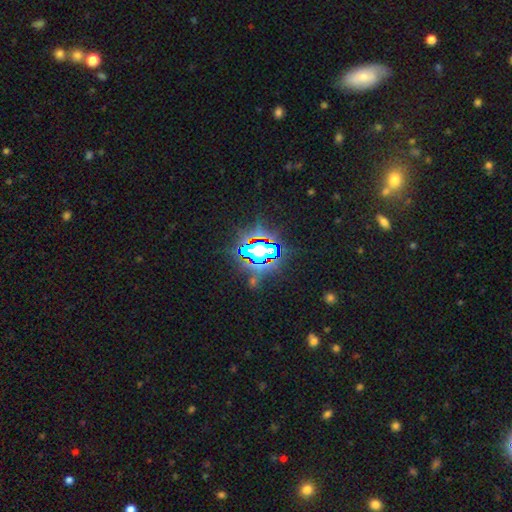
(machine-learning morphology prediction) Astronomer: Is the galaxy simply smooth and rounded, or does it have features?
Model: star or artifact — 83%.